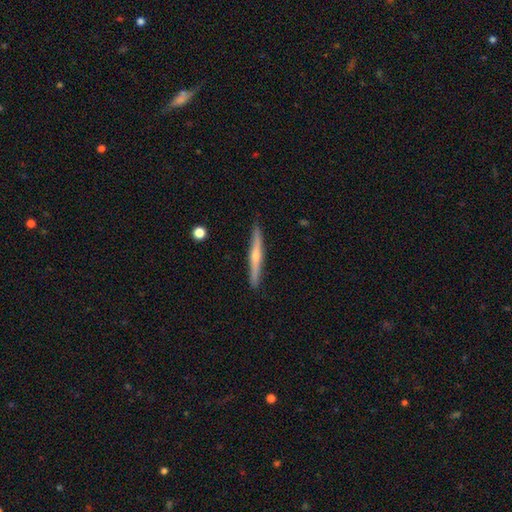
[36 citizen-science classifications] A featured or disk galaxy (81%) viewed edge-on (97%) with a rounded central bulge (61%). Merging: none (83%).